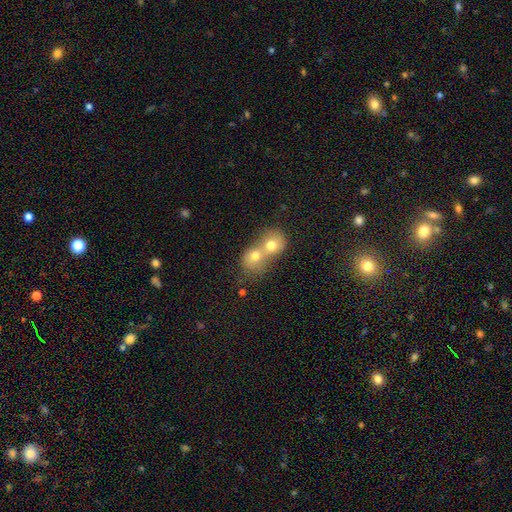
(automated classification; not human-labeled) smooth_or_featured: smooth (p=0.66) [alt: featured or disk p=0.20]
how_rounded: round (p=0.69) [alt: in between p=0.30]
merging: merger (p=0.71) [alt: none p=0.22]